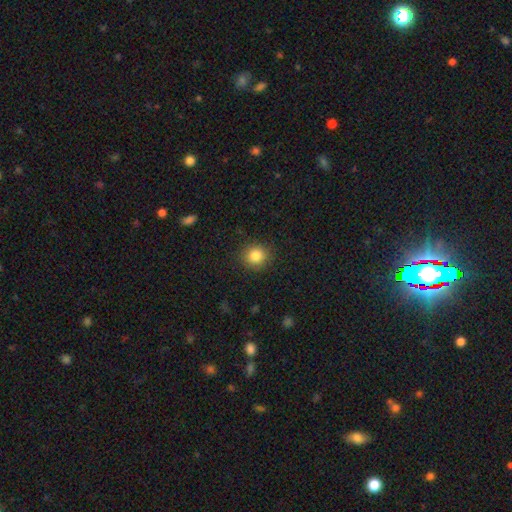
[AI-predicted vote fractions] This is clearly a smooth galaxy (84%). How rounded: clearly round (87%). Merging: clearly none (90%).